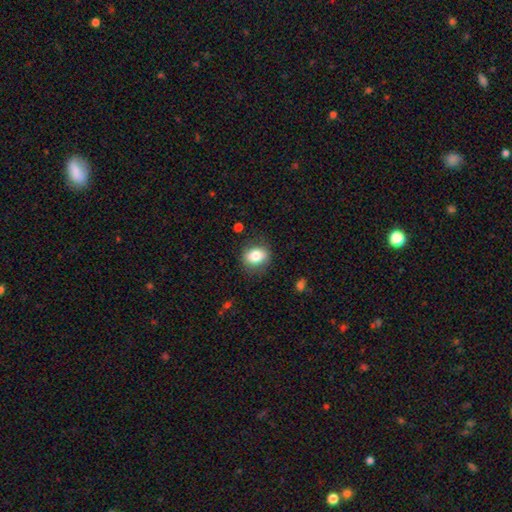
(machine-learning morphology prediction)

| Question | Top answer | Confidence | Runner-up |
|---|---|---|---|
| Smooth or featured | smooth | 81% | featured or disk (11%) |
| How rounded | round | 53% | in between (45%) |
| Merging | none | 81% | minor disturbance (14%) |